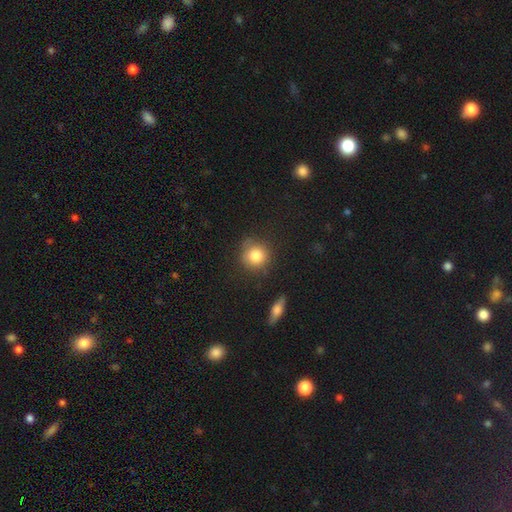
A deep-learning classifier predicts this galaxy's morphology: This is clearly a smooth galaxy (82%). How rounded: clearly round (89%). Merging: likely none (78%).